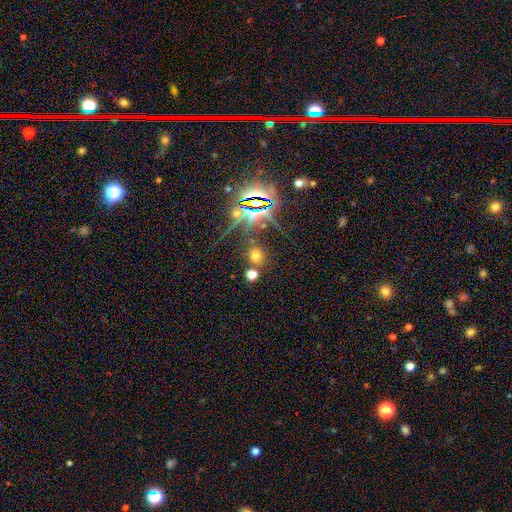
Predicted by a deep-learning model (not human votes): A smooth galaxy with no disk features (53%) that is round (82%).

Vote fractions:
- Smooth or featured? smooth: 53% / star or artifact: 38% / featured or disk: 9%
- How rounded? round: 82% / in between: 16% / cigar-shaped: 2%
- Merging? none: 76% / merger: 11% / minor disturbance: 8% / major disturbance: 5%